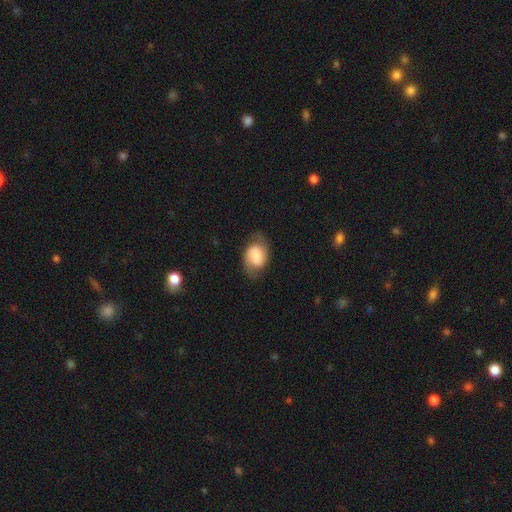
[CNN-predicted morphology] Smooth or featured? Predicted: smooth (p=0.46). Merging? Predicted: none (p=0.70).